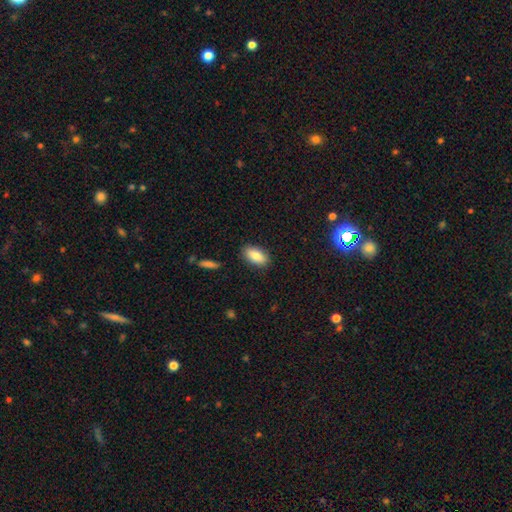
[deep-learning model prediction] Morphology: type=smooth (85%); roundness=in between (91%); merging=none (87%).